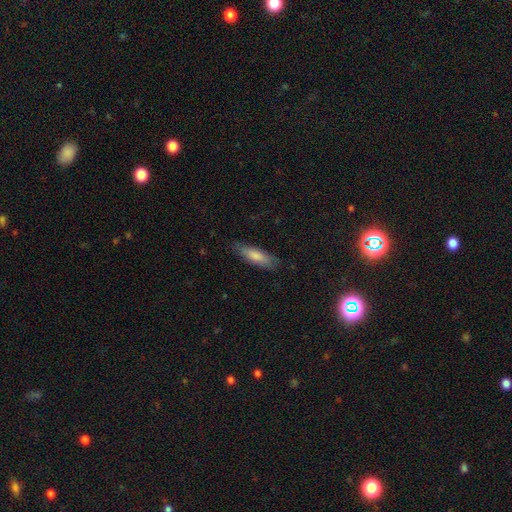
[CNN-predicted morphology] Smooth or featured? Predicted: smooth (p=0.78). How rounded? Predicted: cigar-shaped (p=0.52). Merging? Predicted: none (p=0.79).